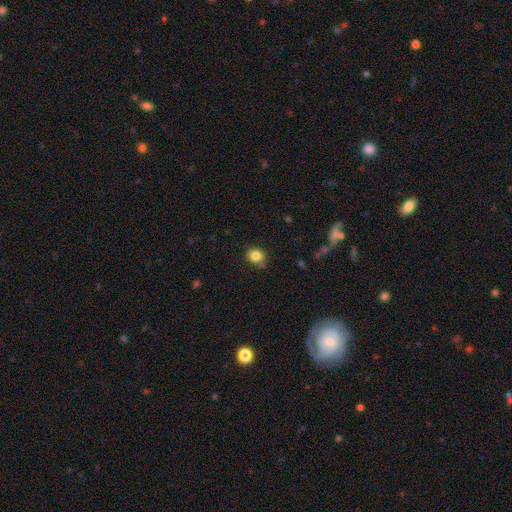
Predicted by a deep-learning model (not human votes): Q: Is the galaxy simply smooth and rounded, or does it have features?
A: smooth — 84%.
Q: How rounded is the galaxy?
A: round — 72%.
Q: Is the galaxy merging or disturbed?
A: none — 78%.